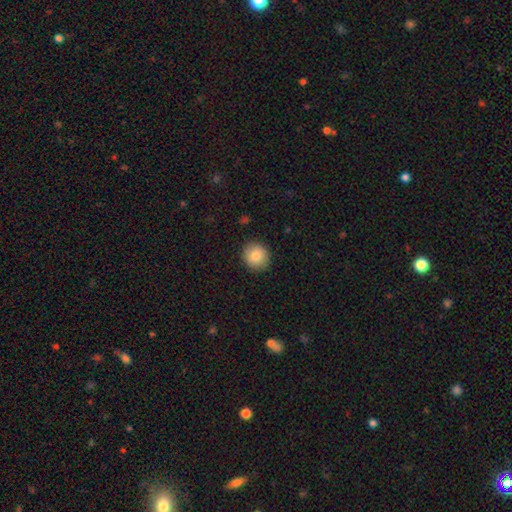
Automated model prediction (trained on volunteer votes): Smooth or featured?
  - smooth: 85% *
  - star or artifact: 8%
  - featured or disk: 7%
How rounded?
  - round: 86% *
  - in between: 13%
  - cigar-shaped: 1%
Merging?
  - none: 89% *
  - minor disturbance: 8%
  - major disturbance: 2%
  - merger: 1%